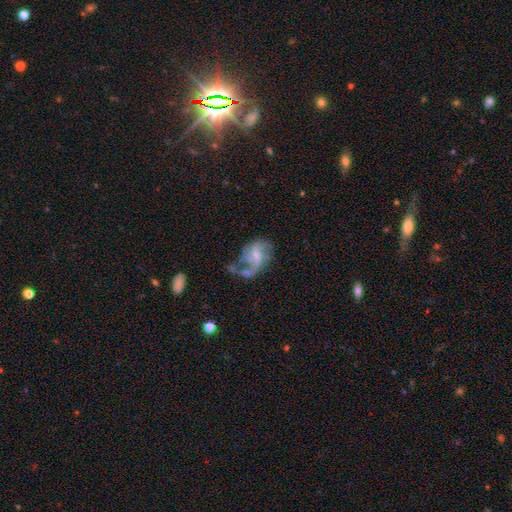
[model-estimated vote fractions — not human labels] Morphology: type=featured or disk (73%); edge-on=no (98%); bar=weak (49%); spiral arms=yes (82%); winding=loose (60%); arm count=2 (51%); bulge=small (49%); merging=major disturbance (41%).